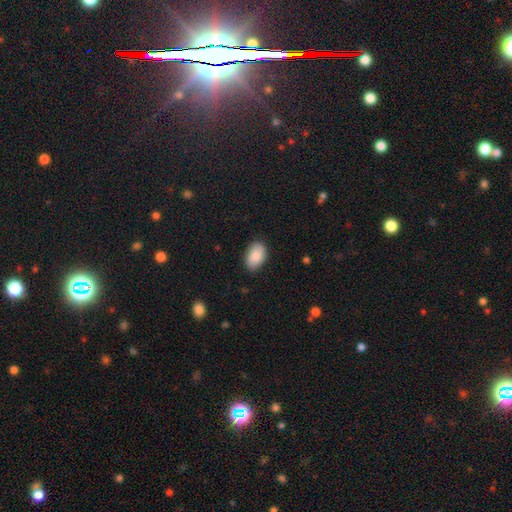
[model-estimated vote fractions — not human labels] Smooth or featured? smooth (87%)
How rounded? in between (92%)
Merging? none (84%)